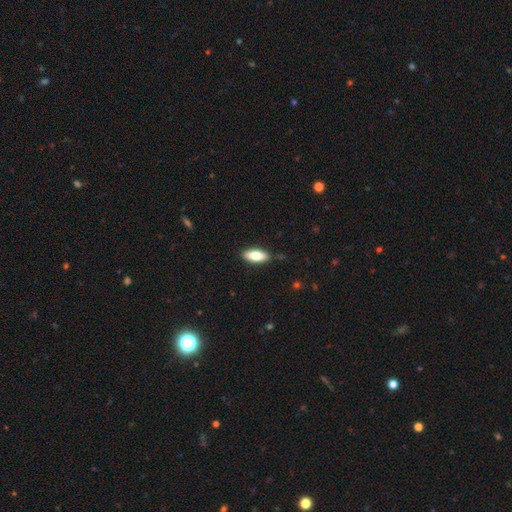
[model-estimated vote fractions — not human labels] A smooth galaxy with no disk features (77%) that is in between round and cigar-shaped (76%). Merging: none (86%).